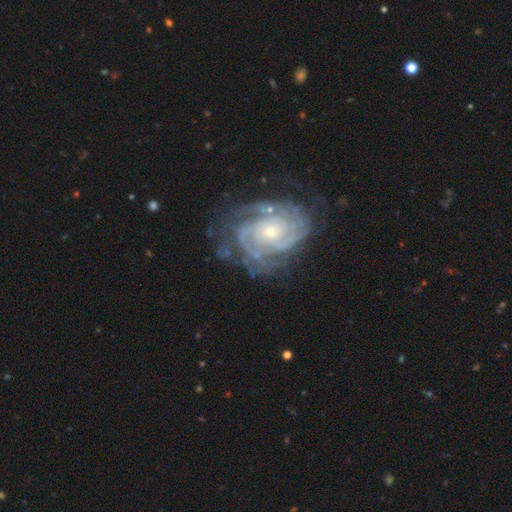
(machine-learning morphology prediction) featured or disk 88%, star or artifact 7%, smooth 6%. Down the decision tree: edge-on disk — no (97%); bar — no (73%); spiral arms — yes (97%); spiral arm count — can't tell (25%); spiral winding — tight (70%); bulge size — small (60%); merging — none (70%).